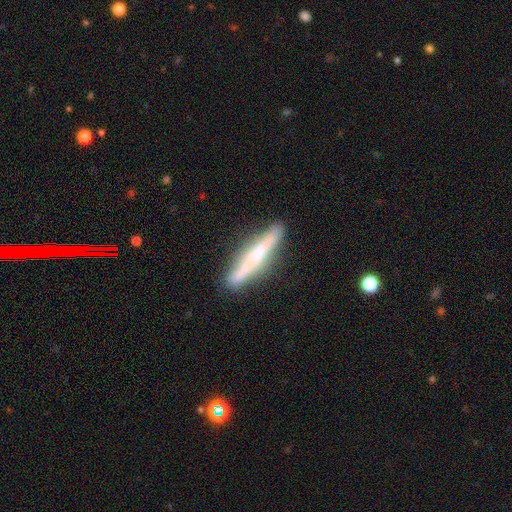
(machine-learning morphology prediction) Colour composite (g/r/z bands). It shows a featured or disk galaxy (55%) viewed edge-on (93%) with a rounded central bulge (43%). Merging: none (85%).